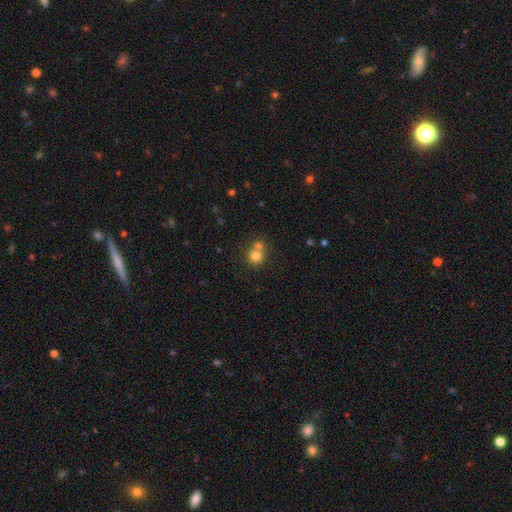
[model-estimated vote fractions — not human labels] smooth-or-featured: smooth: 78% | star or artifact: 12% | featured or disk: 10%
  how-rounded: round: 87% | in between: 12% | cigar-shaped: 1%
  merging: none: 49% | merger: 42% | minor disturbance: 7% | major disturbance: 3%